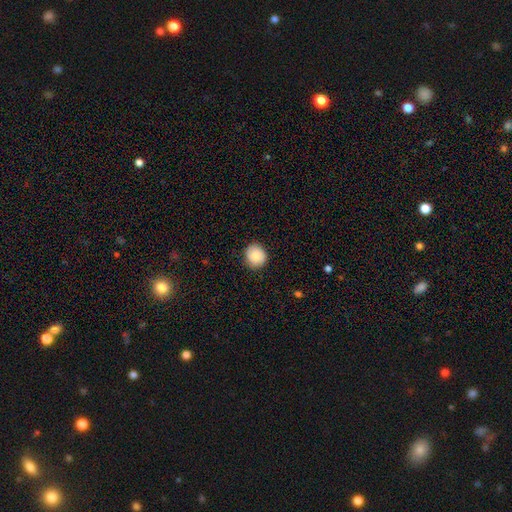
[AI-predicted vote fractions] A smooth galaxy with no disk features (86%) that is round (85%).

Vote fractions:
- Smooth or featured? smooth: 86% / star or artifact: 8% / featured or disk: 6%
- How rounded? round: 85% / in between: 14% / cigar-shaped: 1%
- Merging? none: 86% / minor disturbance: 10% / major disturbance: 2% / merger: 1%